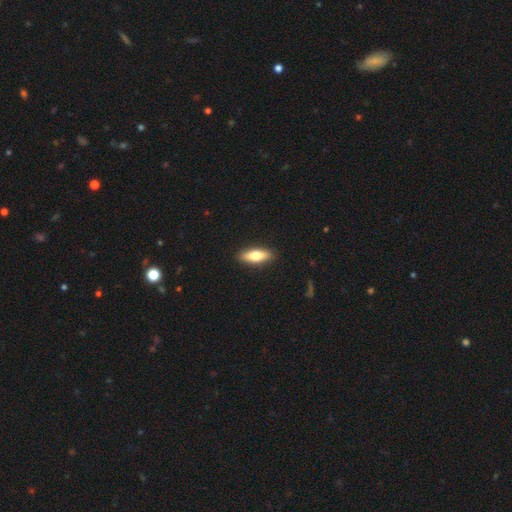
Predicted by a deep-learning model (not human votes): The model was most divided on "how rounded": in between: 61%, cigar-shaped: 36%, round: 3%. More confident: merging — none (90%); smooth or featured — smooth (72%).